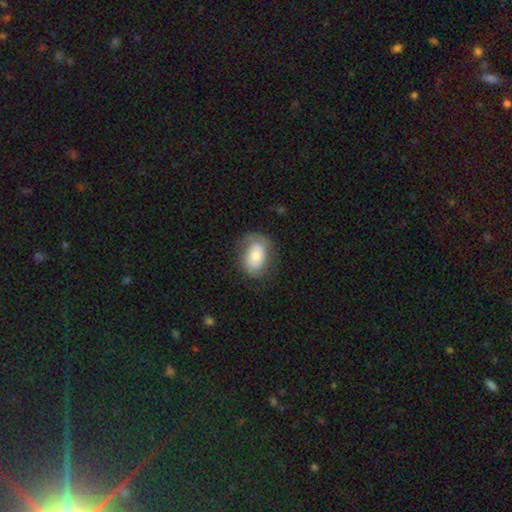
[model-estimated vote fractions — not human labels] The model was most divided on "smooth or featured": smooth: 63%, featured or disk: 30%, star or artifact: 7%. More confident: how rounded — in between (80%); merging — none (66%).